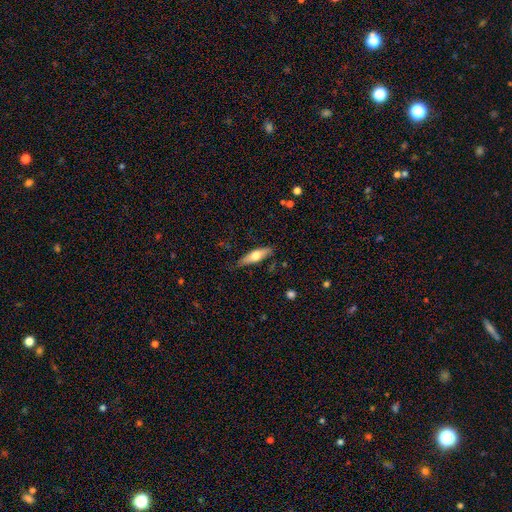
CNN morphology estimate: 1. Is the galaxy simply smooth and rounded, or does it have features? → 58% smooth, 37% featured or disk, 6% star or artifact.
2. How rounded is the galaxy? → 53% cigar-shaped, 44% in between, 2% round.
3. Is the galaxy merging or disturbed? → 80% none, 16% minor disturbance, 3% major disturbance, 2% merger.